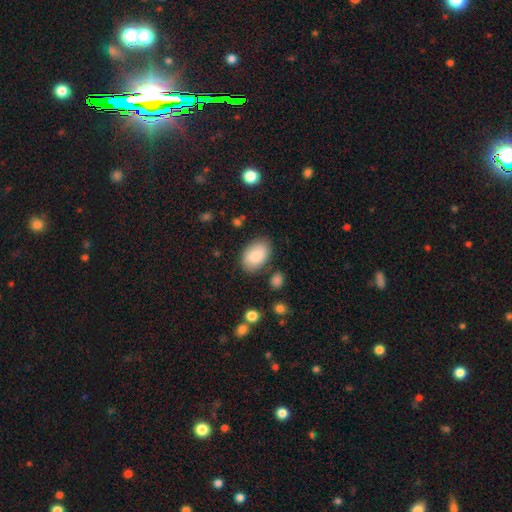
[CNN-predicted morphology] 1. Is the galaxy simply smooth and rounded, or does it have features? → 84% smooth, 10% featured or disk, 6% star or artifact.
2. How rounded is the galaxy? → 89% in between, 10% round, 1% cigar-shaped.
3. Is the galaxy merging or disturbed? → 81% none, 13% minor disturbance, 3% major disturbance, 3% merger.